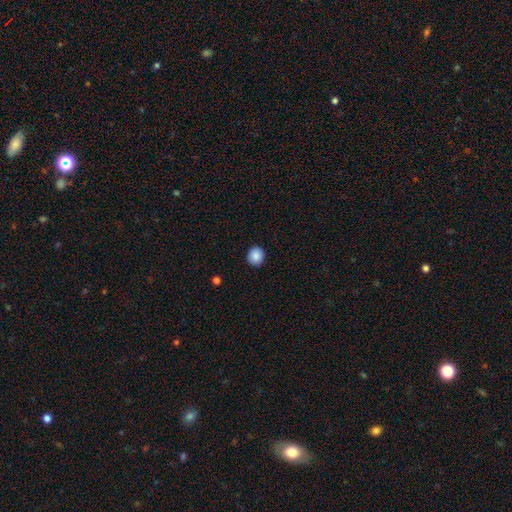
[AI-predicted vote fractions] Smooth or featured? smooth (88%)
How rounded? round (87%)
Merging? none (91%)